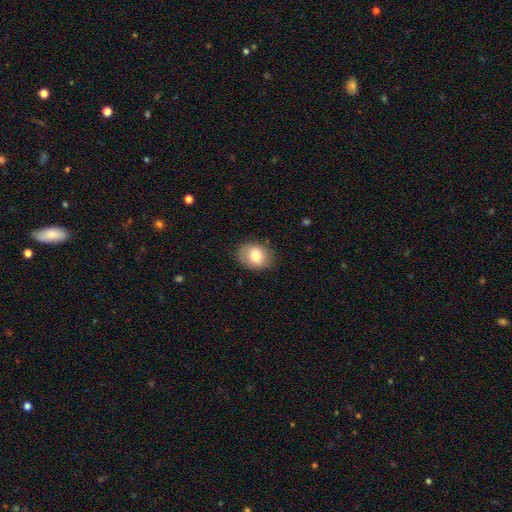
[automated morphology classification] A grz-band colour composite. It shows a smooth galaxy with no disk features (77%) that is in between round and cigar-shaped (58%). Merging: none (84%).